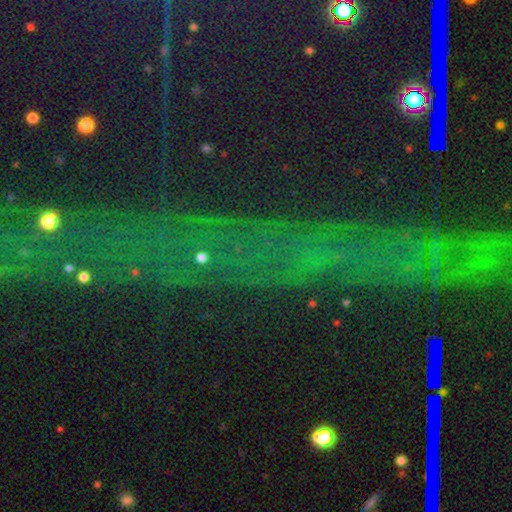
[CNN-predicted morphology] star or artifact 77%, featured or disk 11%, smooth 11%.